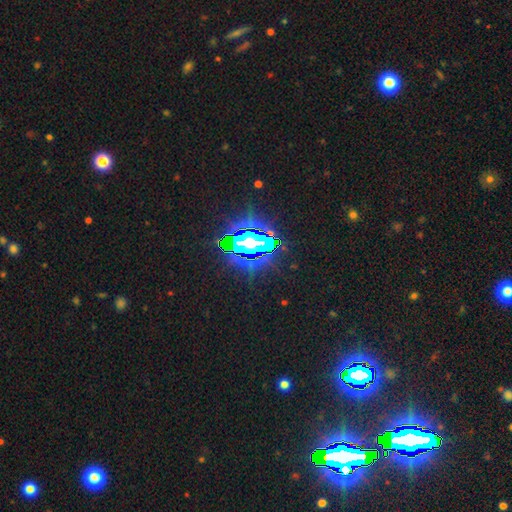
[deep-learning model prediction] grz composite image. It shows a star or artifact, not a galaxy (77%).